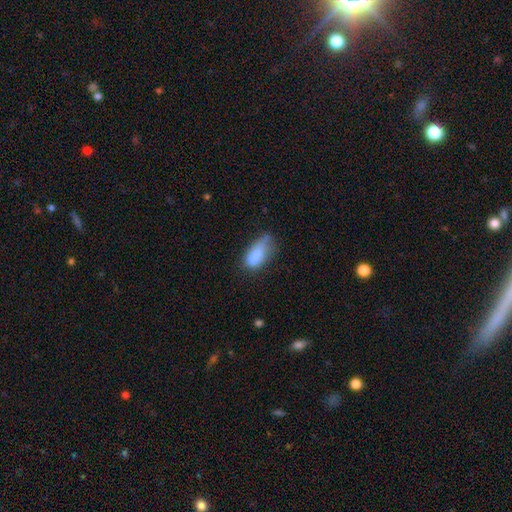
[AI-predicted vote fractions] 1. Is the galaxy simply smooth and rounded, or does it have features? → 77% smooth, 14% featured or disk, 9% star or artifact.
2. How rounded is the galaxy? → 84% in between, 13% cigar-shaped, 3% round.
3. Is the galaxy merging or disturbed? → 37% minor disturbance, 30% none, 24% major disturbance, 9% merger.